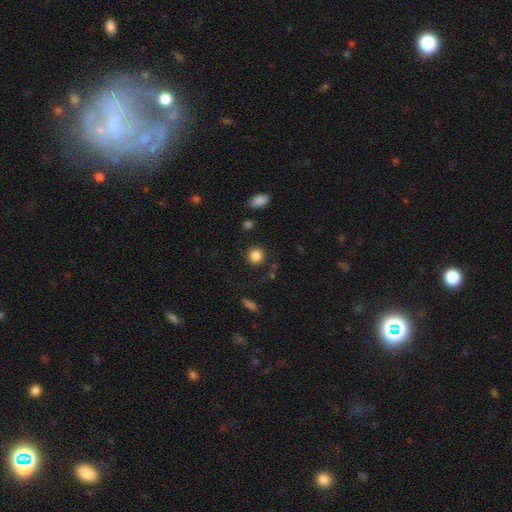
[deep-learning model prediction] A smooth galaxy with no disk features (85%) that is round (91%).

Vote fractions:
- Smooth or featured? smooth: 85% / star or artifact: 10% / featured or disk: 4%
- How rounded? round: 91% / in between: 8% / cigar-shaped: 1%
- Merging? none: 86% / minor disturbance: 8% / major disturbance: 3% / merger: 3%